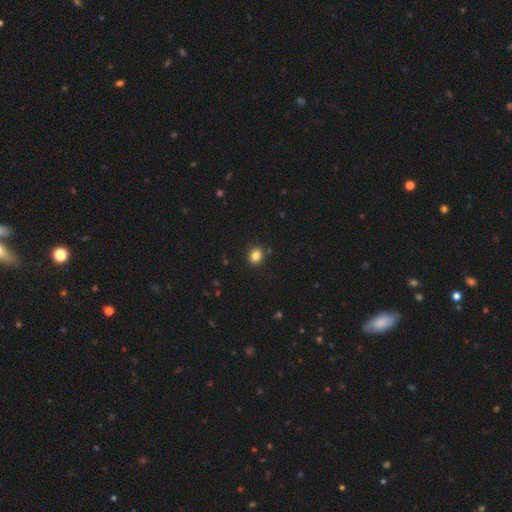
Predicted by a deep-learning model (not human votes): Smooth or featured: smooth — 84% (star or artifact — 12%)
How rounded: round — 76% (in between — 23%)
Merging: none — 89% (minor disturbance — 8%)